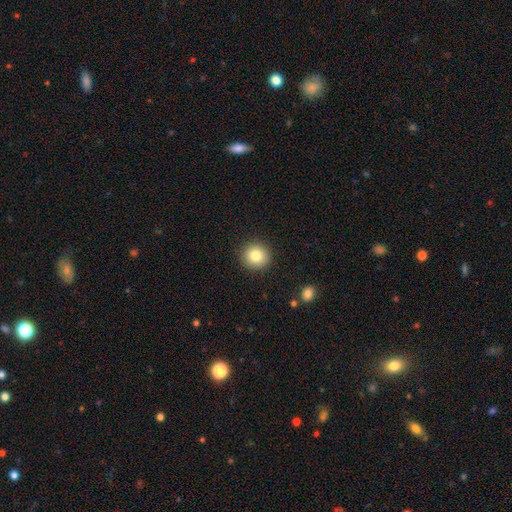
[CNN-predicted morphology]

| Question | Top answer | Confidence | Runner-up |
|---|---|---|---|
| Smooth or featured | smooth | 83% | star or artifact (10%) |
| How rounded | round | 92% | in between (7%) |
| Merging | none | 91% | minor disturbance (6%) |